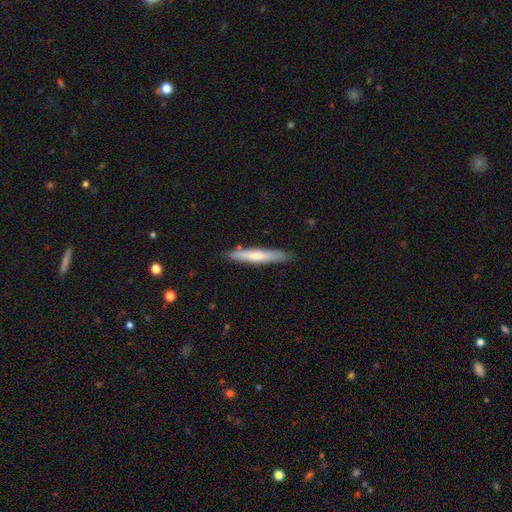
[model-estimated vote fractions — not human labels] smooth-or-featured: smooth: 61% | featured or disk: 34% | star or artifact: 5%
  how-rounded: cigar-shaped: 94% | in between: 5% | round: 1%
  merging: none: 86% | minor disturbance: 11% | merger: 2% | major disturbance: 2%